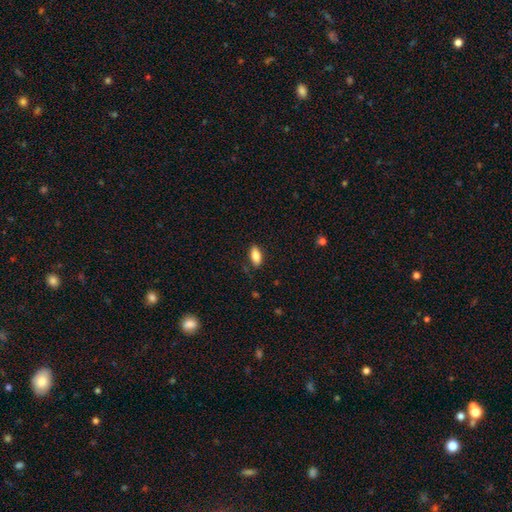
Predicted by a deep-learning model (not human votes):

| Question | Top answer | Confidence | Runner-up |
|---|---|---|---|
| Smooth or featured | smooth | 81% | featured or disk (12%) |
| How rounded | in between | 86% | cigar-shaped (11%) |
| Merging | none | 83% | minor disturbance (12%) |